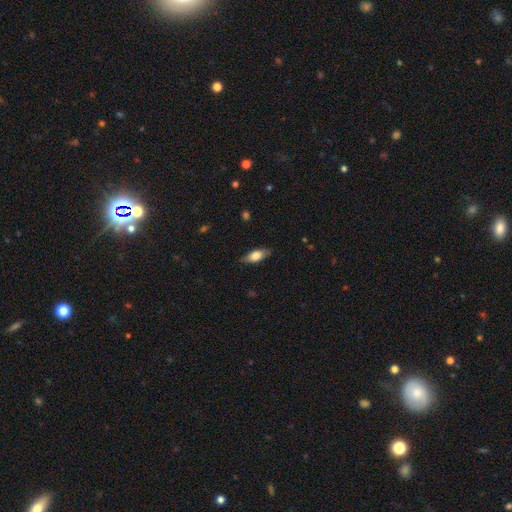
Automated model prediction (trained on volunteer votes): Smooth or featured: smooth — 70% (featured or disk — 23%)
How rounded: in between — 78% (cigar-shaped — 19%)
Merging: none — 81% (minor disturbance — 15%)